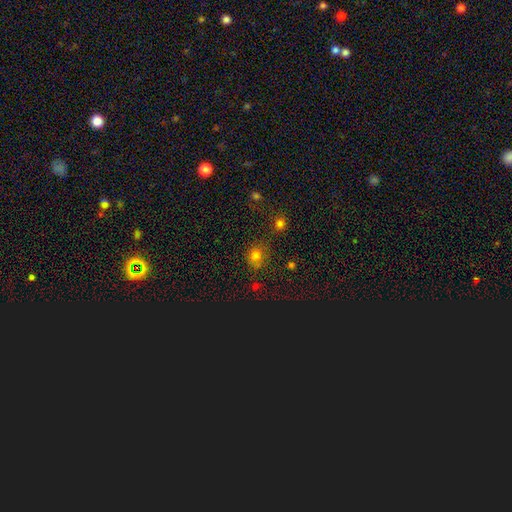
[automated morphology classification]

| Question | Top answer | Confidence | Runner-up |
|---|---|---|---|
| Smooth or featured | smooth | 73% | star or artifact (20%) |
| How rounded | round | 78% | in between (21%) |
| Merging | none | 69% | minor disturbance (16%) |